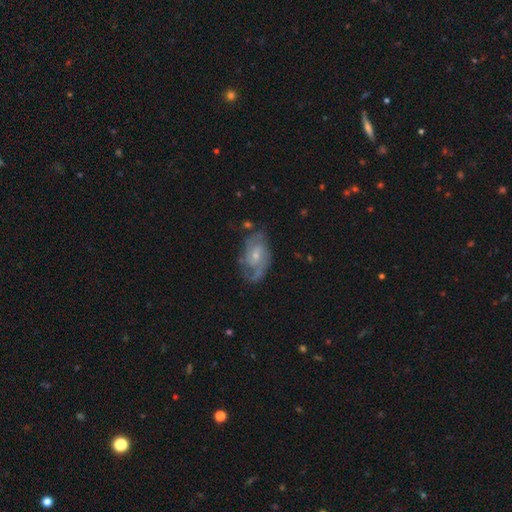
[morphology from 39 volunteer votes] featured or disk 90%, smooth 10%, star or artifact 0%. Down the decision tree: edge-on disk — no (100%); bar — weak (43%, tied with no); spiral arms — yes (97%); spiral arm count — 2 (71%); spiral winding — medium (47%); bulge size — small (66%); merging — none (77%).